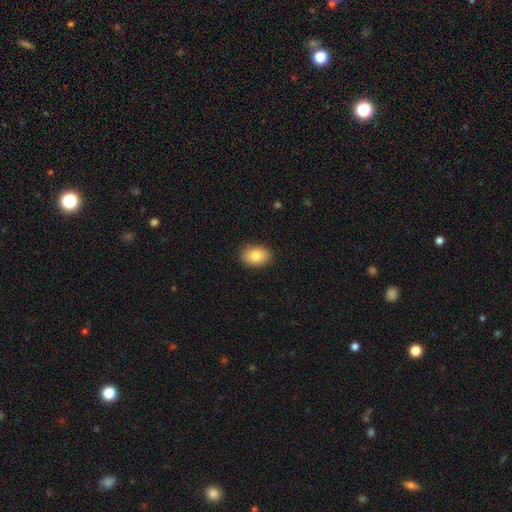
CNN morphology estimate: Q: Smooth or featured?
A: smooth (84%); runner-up: featured or disk (9%)
Q: How rounded?
A: in between (84%); runner-up: round (15%)
Q: Merging?
A: none (88%); runner-up: minor disturbance (9%)